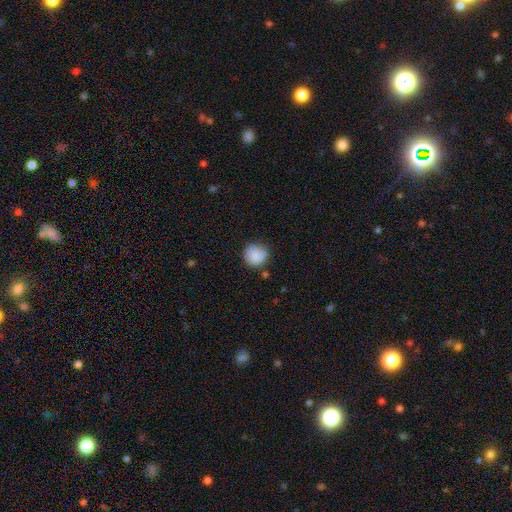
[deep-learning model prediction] The model was most divided on "merging": none: 74%, minor disturbance: 18%, major disturbance: 4%, merger: 3%. More confident: how rounded — round (91%); smooth or featured — smooth (81%).